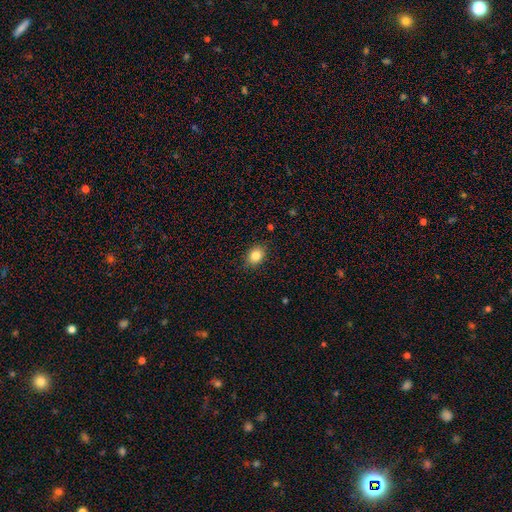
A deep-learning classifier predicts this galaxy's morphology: A smooth galaxy with no disk features (85%) that is in between round and cigar-shaped (57%). Merging: none (86%).